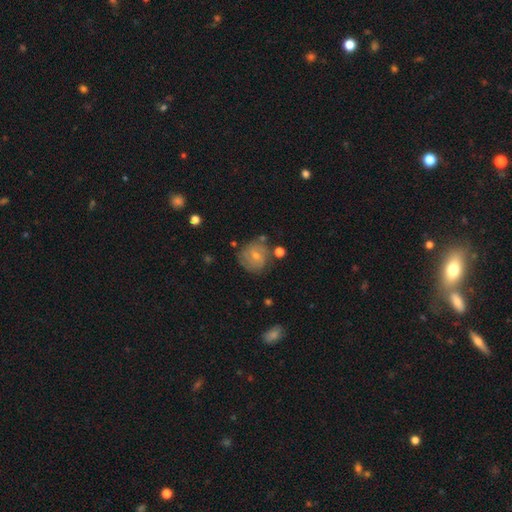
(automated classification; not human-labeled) This is possibly a featured or disk galaxy (57%). It is clearly not viewed edge-on (97%). Bar: possibly no (56%). Spiral arm pattern: clearly yes (82%). Central bulge: likely small (61%). Merging: likely none (68%).